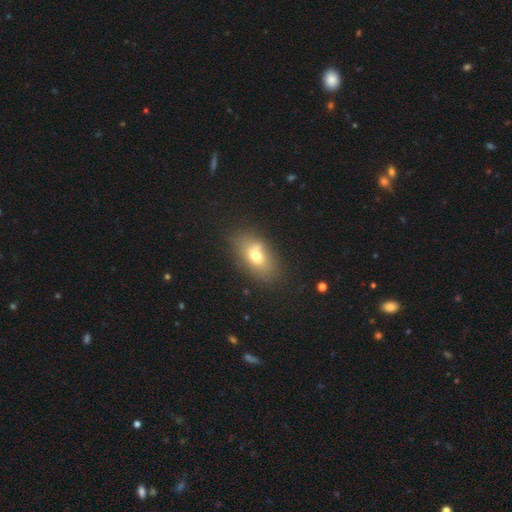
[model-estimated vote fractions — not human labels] A smooth galaxy with no disk features (68%) that is in between round and cigar-shaped (84%). Merging: none (68%).